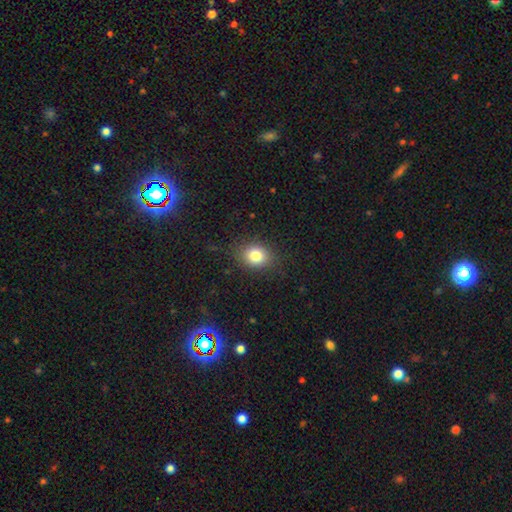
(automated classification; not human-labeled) smooth 81%, star or artifact 11%, featured or disk 8%. Down the decision tree: how rounded — round (53%); merging — none (83%).